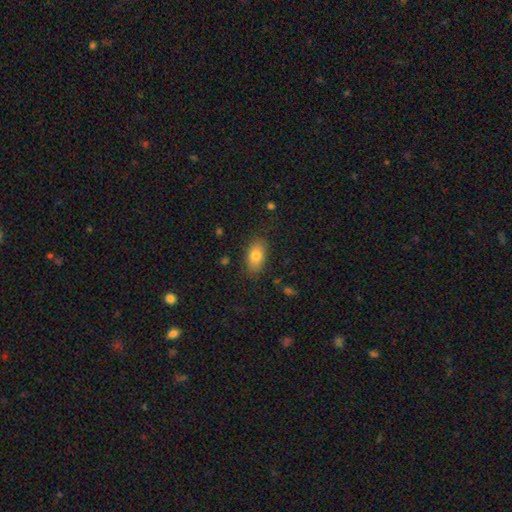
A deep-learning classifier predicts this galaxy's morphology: Smooth or featured? Predicted: smooth (p=0.80). How rounded? Predicted: in between (p=0.89). Merging? Predicted: none (p=0.84).